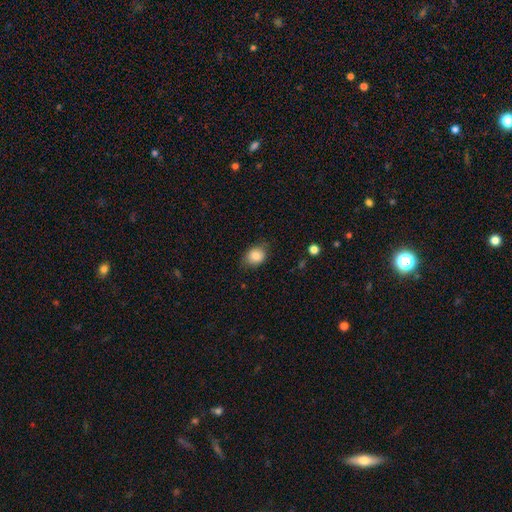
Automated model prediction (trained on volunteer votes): A smooth galaxy with no disk features (84%) that is in between round and cigar-shaped (54%).

Vote fractions:
- Smooth or featured? smooth: 84% / star or artifact: 9% / featured or disk: 8%
- How rounded? in between: 54% / round: 45% / cigar-shaped: 1%
- Merging? none: 76% / minor disturbance: 18% / major disturbance: 4% / merger: 1%